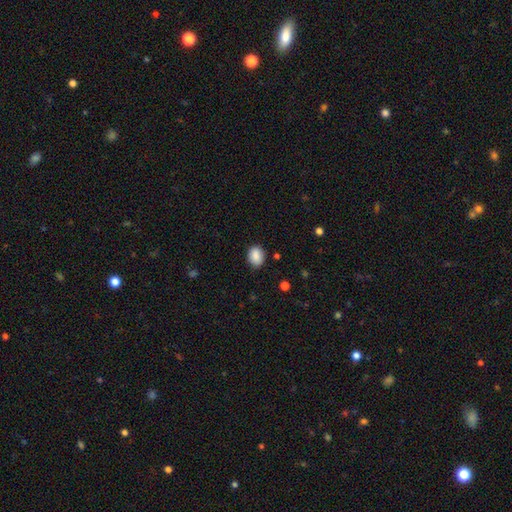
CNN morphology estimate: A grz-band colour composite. It shows a smooth galaxy with no disk features (88%) that is in between round and cigar-shaped (57%). Merging: none (84%).